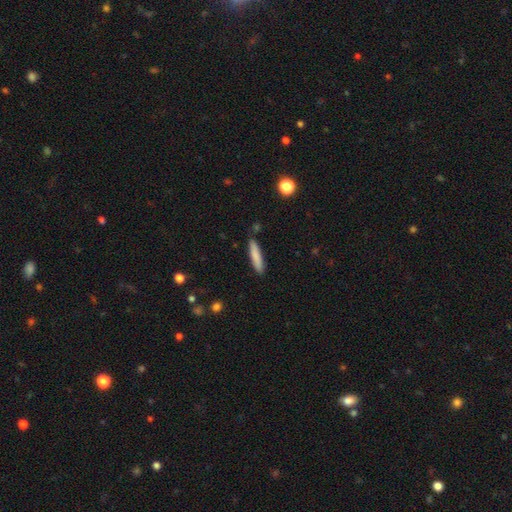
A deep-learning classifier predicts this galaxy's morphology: The model was most divided on "smooth or featured": smooth: 81%, featured or disk: 12%, star or artifact: 6%. More confident: how rounded — cigar-shaped (88%); merging — none (86%).